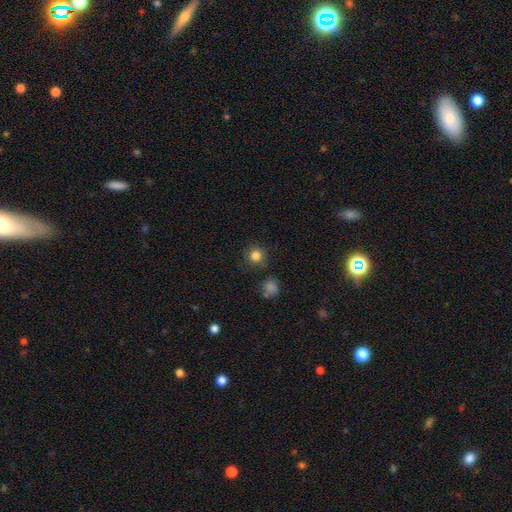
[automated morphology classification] The model was most divided on "smooth or featured": smooth: 83%, star or artifact: 12%, featured or disk: 5%. More confident: how rounded — round (94%); merging — none (85%).